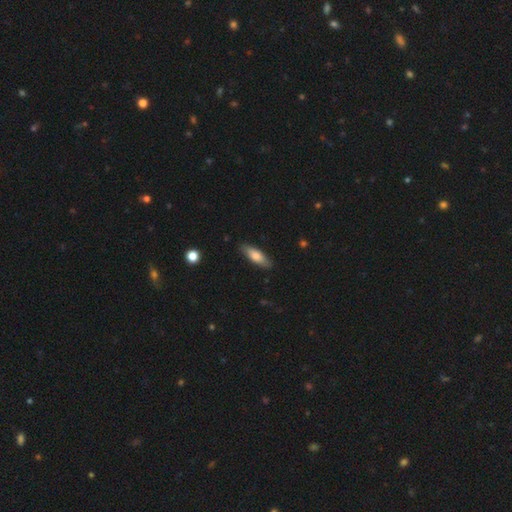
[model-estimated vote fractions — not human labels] Morphology: type=smooth (73%); roundness=in between (57%); merging=none (85%).